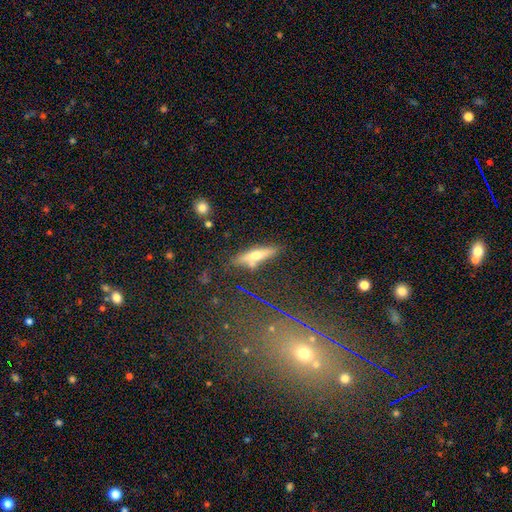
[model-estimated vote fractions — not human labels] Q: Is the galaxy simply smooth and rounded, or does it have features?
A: smooth — 46%.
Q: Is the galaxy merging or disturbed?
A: none — 76%.